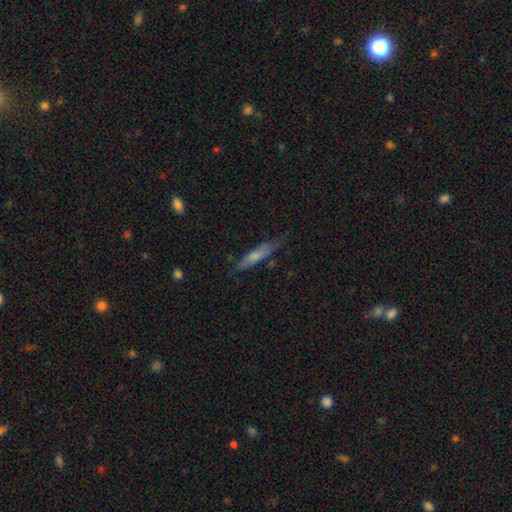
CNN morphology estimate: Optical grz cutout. It shows a smooth galaxy with no disk features (63%) that is cigar-shaped (84%). Merging: none (69%).